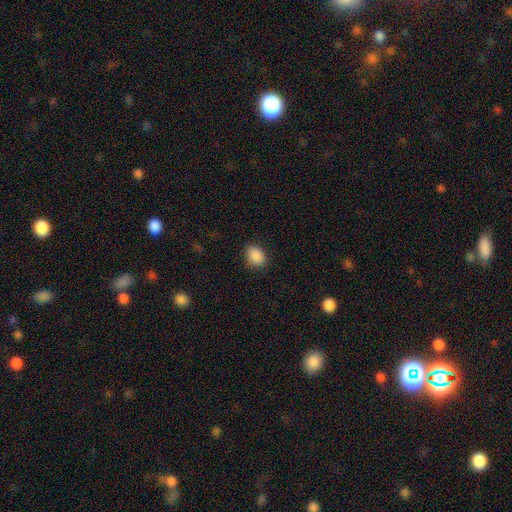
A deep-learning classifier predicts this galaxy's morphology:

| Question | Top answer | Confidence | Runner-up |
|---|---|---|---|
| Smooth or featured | smooth | 89% | star or artifact (8%) |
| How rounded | in between | 57% | round (42%) |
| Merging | none | 85% | minor disturbance (11%) |